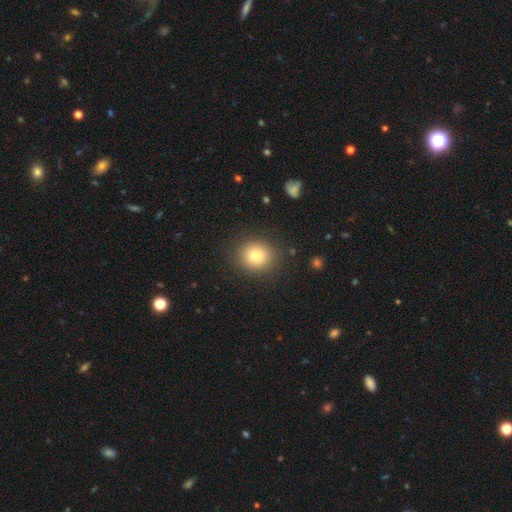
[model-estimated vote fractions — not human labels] Smooth or featured: smooth — 80% (star or artifact — 11%)
How rounded: round — 77% (in between — 22%)
Merging: none — 87% (minor disturbance — 8%)